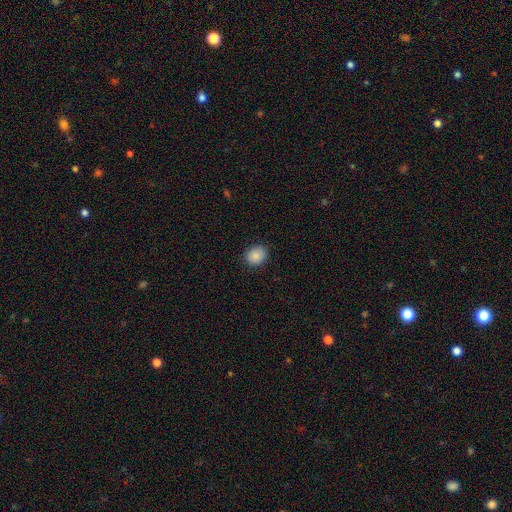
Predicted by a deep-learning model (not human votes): Morphology: type=smooth (87%); roundness=round (74%); merging=none (88%).